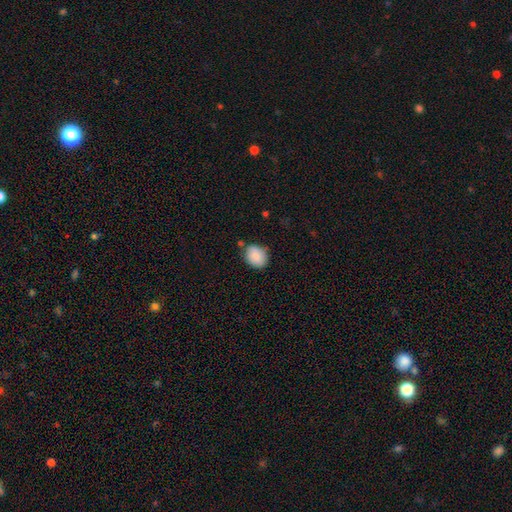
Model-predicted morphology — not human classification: A smooth galaxy with no disk features (87%) that is round (52%). Merging: none (72%).